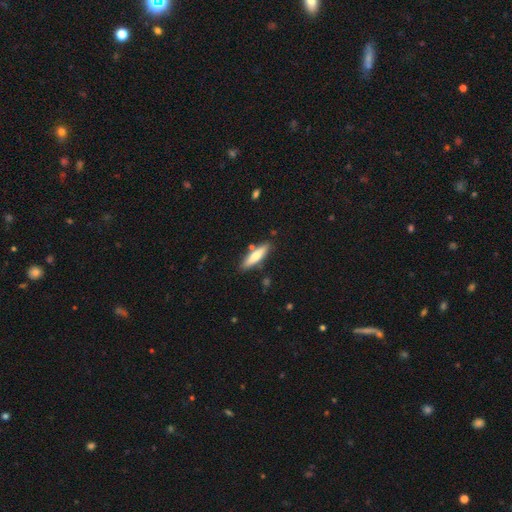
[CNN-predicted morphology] This appears to be a smooth galaxy with no disk features (68%) that is cigar-shaped (73%). Merging: none (81%).